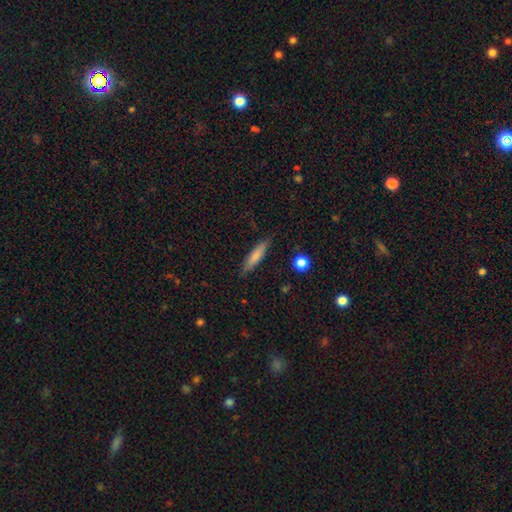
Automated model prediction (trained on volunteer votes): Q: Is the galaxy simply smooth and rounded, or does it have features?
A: smooth — 74%.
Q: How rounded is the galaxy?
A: cigar-shaped — 81%.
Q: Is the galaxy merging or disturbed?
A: none — 85%.